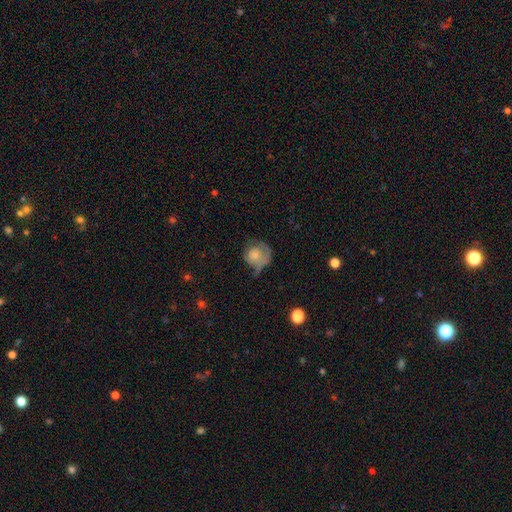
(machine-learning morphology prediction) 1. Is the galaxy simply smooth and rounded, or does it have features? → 55% smooth, 38% featured or disk, 8% star or artifact.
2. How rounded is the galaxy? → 77% round, 22% in between, 1% cigar-shaped.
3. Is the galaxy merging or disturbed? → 32% major disturbance, 31% none, 31% minor disturbance, 6% merger.